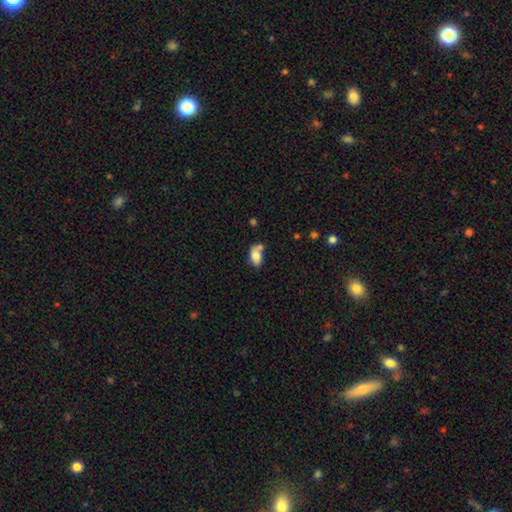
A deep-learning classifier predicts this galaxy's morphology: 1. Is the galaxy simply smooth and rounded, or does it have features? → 77% smooth, 14% featured or disk, 8% star or artifact.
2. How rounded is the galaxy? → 89% in between, 8% round, 3% cigar-shaped.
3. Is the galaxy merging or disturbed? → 43% none, 28% merger, 21% minor disturbance, 7% major disturbance.